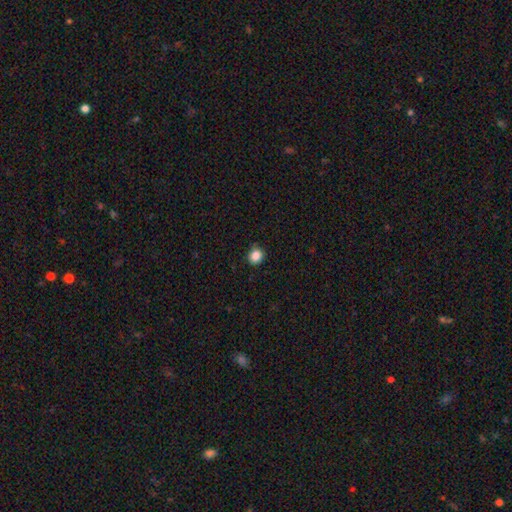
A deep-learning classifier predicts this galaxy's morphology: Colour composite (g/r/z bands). It shows a smooth galaxy with no disk features (86%) that is round (78%). Merging: none (85%).